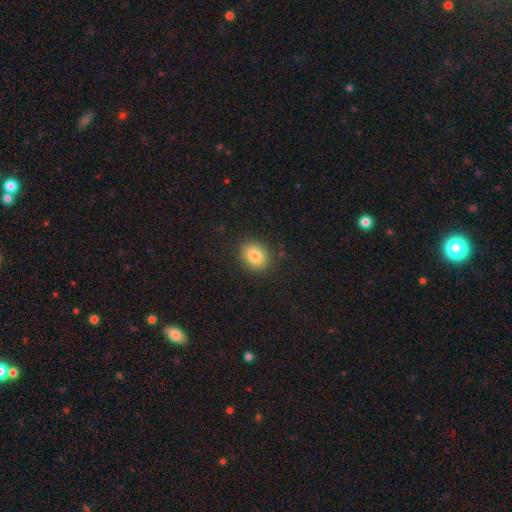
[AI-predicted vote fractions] smooth-or-featured: smooth: 85% | star or artifact: 9% | featured or disk: 7%
  how-rounded: in between: 58% | round: 41% | cigar-shaped: 1%
  merging: none: 87% | minor disturbance: 9% | major disturbance: 3% | merger: 1%